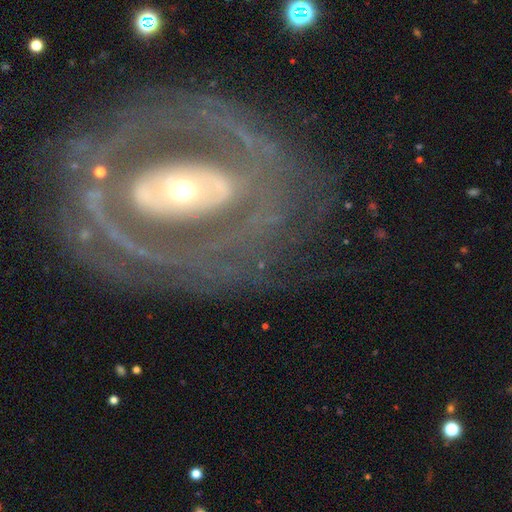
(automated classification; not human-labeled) This is clearly a featured or disk galaxy (82%). It is clearly not viewed edge-on (94%). Bar: possibly no (53%). Spiral arm pattern: likely yes (65%). Spiral arm count: marginally 2 (42%). Spiral winding: likely tight (63%). Central bulge: possibly moderate (49%). Merging: likely none (74%).